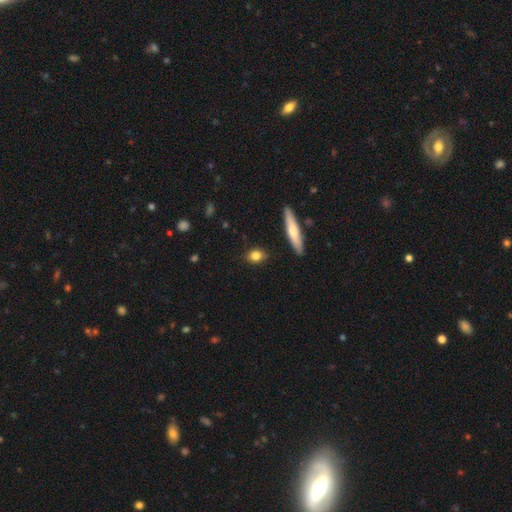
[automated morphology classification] This appears to be a smooth galaxy with no disk features (81%) that is in between round and cigar-shaped (54%). Merging: none (85%).